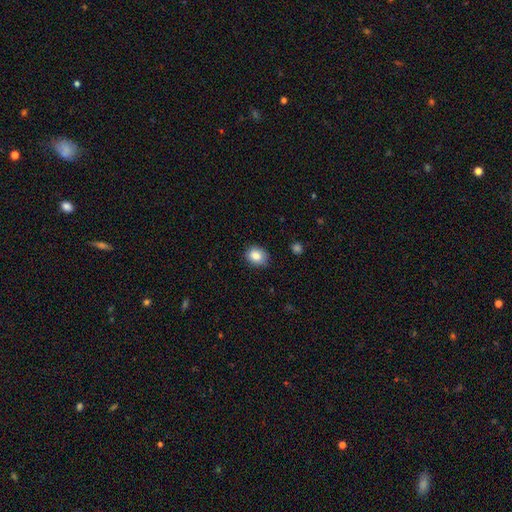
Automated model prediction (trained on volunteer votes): Smooth or featured: smooth — 84% (star or artifact — 9%)
How rounded: round — 59% (in between — 40%)
Merging: none — 83% (minor disturbance — 14%)